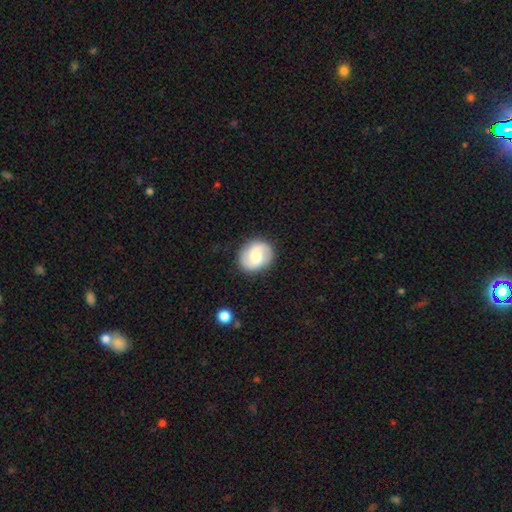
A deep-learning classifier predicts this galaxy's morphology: smooth_or_featured: featured or disk (p=0.55) [alt: smooth p=0.38]
disk_edge_on: no (p=0.97) [alt: yes p=0.03]
bar: weak (p=0.43) [alt: no p=0.41]
has_spiral_arms: yes (p=0.85) [alt: no p=0.15]
bulge_size: moderate (p=0.60) [alt: small p=0.26]
merging: none (p=0.87) [alt: minor disturbance p=0.09]